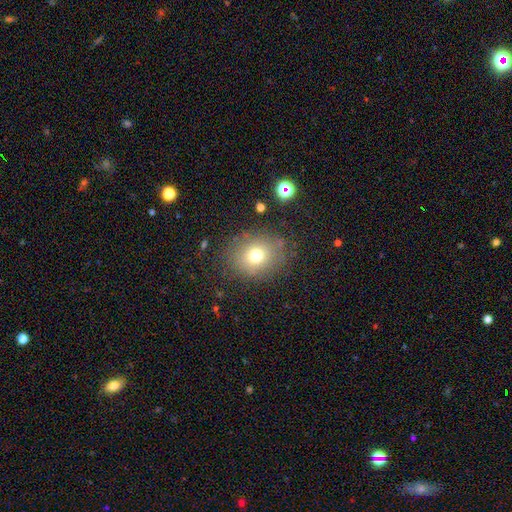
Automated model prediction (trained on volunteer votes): This is likely a smooth galaxy (72%). How rounded: likely round (62%). Merging: likely none (79%).